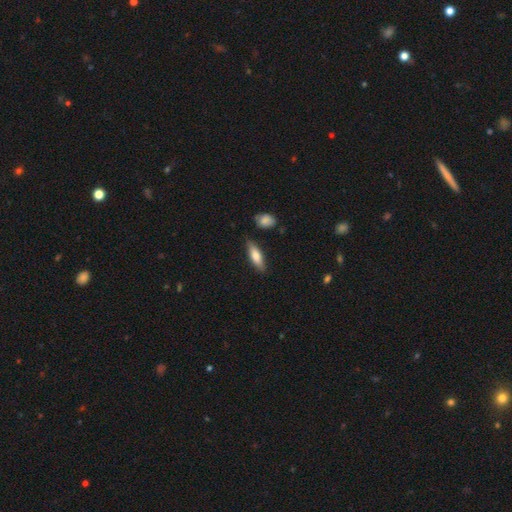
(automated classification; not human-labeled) smooth 71%, featured or disk 23%, star or artifact 6%. Down the decision tree: how rounded — cigar-shaped (52%); merging — none (83%).